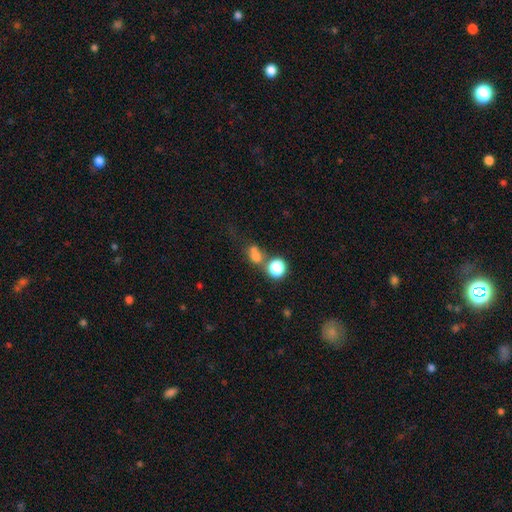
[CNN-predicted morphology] type=smooth (68%); roundness=round (69%); merging=merger (42%).